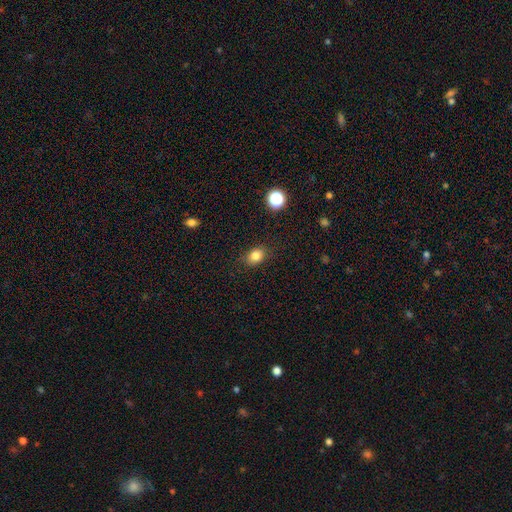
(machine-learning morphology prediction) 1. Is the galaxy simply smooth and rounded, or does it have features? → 83% smooth, 11% star or artifact, 6% featured or disk.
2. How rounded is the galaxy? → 61% in between, 38% round, 1% cigar-shaped.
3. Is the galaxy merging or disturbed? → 84% none, 11% minor disturbance, 3% major disturbance, 1% merger.